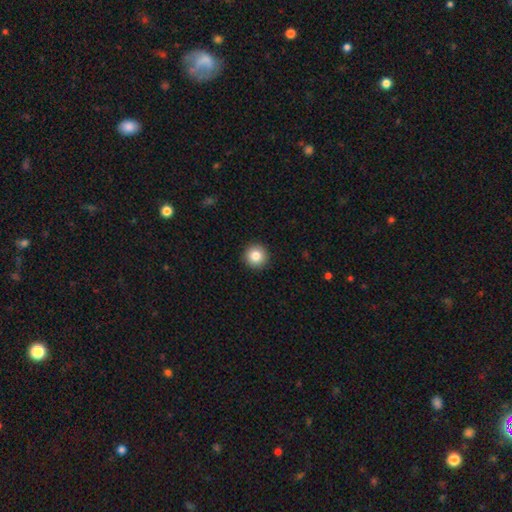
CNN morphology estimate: The model was most divided on "smooth or featured": smooth: 82%, star or artifact: 10%, featured or disk: 8%. More confident: how rounded — round (96%); merging — none (93%).